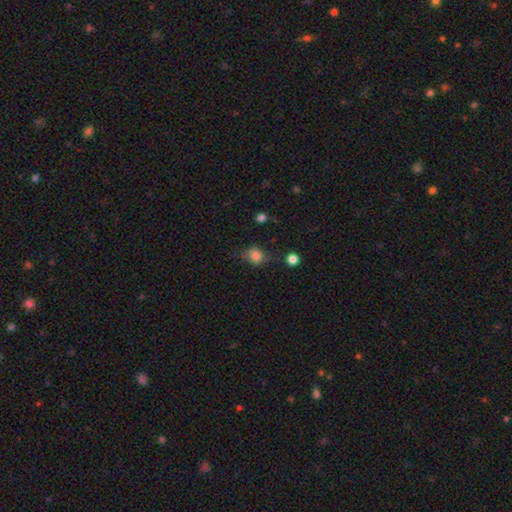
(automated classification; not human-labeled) Smooth or featured? Predicted: smooth (p=0.79). How rounded? Predicted: round (p=0.70). Merging? Predicted: none (p=0.67).